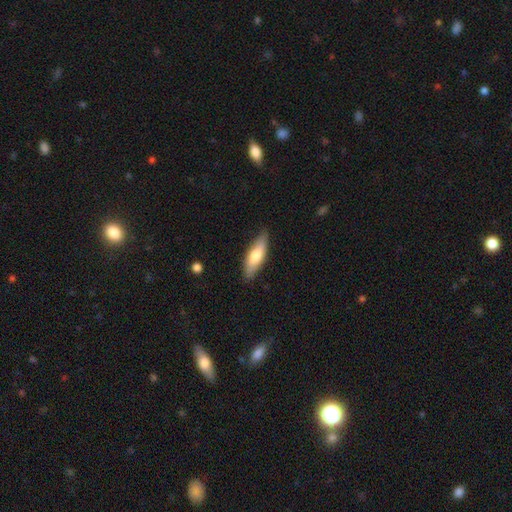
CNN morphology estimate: A smooth galaxy with no disk features (66%) that is in between round and cigar-shaped (49%, tied with cigar-shaped).

Vote fractions:
- Smooth or featured? smooth: 66% / featured or disk: 28% / star or artifact: 5%
- How rounded? in between: 49% (tied) / cigar-shaped: 49% (tied) / round: 2%
- Merging? none: 84% / minor disturbance: 13% / major disturbance: 2% / merger: 1%